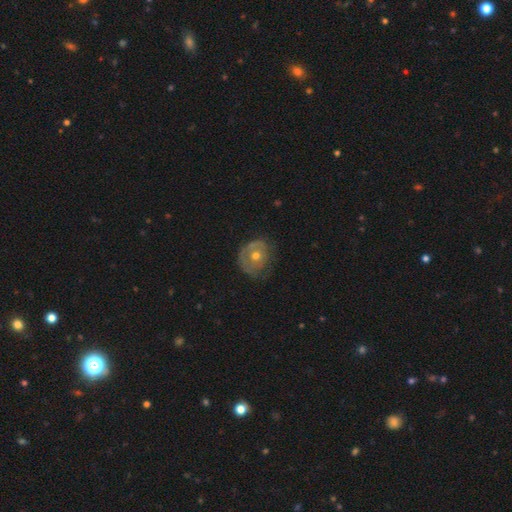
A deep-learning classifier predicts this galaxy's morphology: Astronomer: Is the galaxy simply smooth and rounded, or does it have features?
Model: featured or disk — 53% (runner-up: smooth, 39%).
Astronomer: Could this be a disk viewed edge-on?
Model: no — 96%.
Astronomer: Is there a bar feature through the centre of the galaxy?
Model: no — 89%.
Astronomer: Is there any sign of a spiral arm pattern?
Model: no — 61% (runner-up: yes, 39%).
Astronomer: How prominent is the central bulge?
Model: moderate — 64%.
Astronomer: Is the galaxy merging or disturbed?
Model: none — 58%.